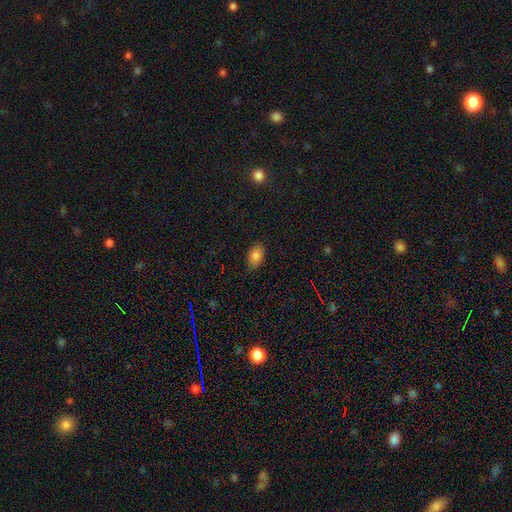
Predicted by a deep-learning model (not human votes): smooth 83%, star or artifact 9%, featured or disk 8%. Down the decision tree: how rounded — in between (88%); merging — none (82%).